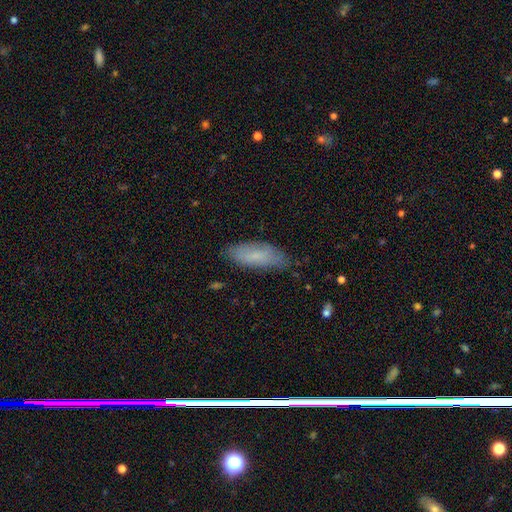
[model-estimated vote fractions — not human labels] smooth-or-featured: smooth: 74% | featured or disk: 19% | star or artifact: 7%
  how-rounded: in between: 66% | cigar-shaped: 32% | round: 2%
  merging: none: 72% | minor disturbance: 23% | major disturbance: 4% | merger: 1%